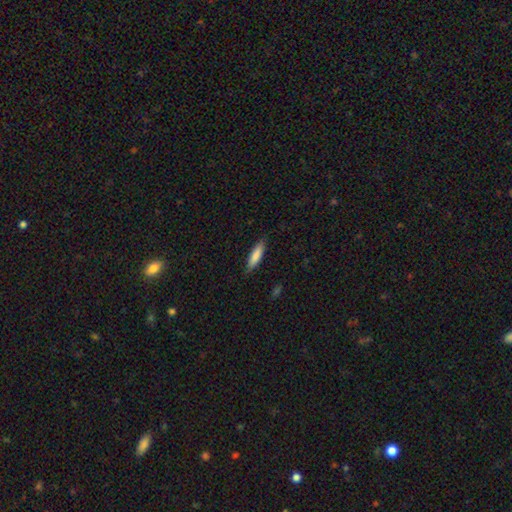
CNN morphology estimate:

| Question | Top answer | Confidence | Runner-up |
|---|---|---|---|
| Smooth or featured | smooth | 84% | featured or disk (10%) |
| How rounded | cigar-shaped | 66% | in between (33%) |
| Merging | none | 84% | minor disturbance (12%) |